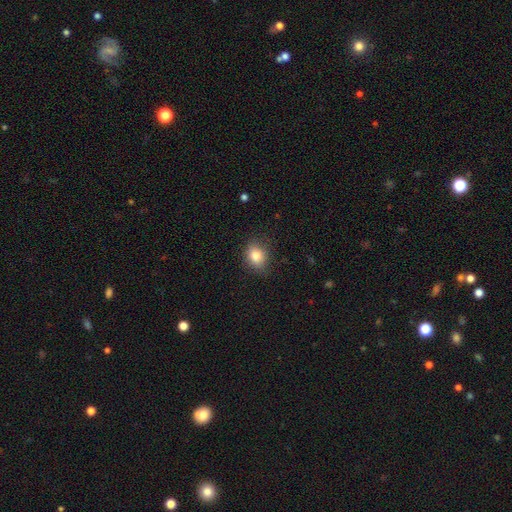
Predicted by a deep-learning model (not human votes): smooth_or_featured: smooth (p=0.82) [alt: star or artifact p=0.10]
how_rounded: round (p=0.51) [alt: in between p=0.48]
merging: none (p=0.81) [alt: minor disturbance p=0.14]